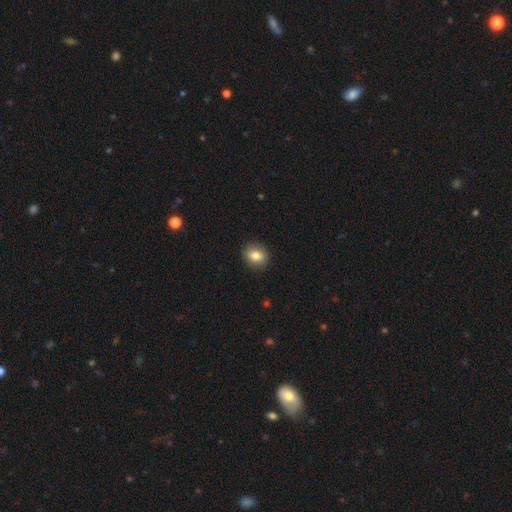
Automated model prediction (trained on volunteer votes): Morphology: type=smooth (82%); roundness=round (63%); merging=none (89%).